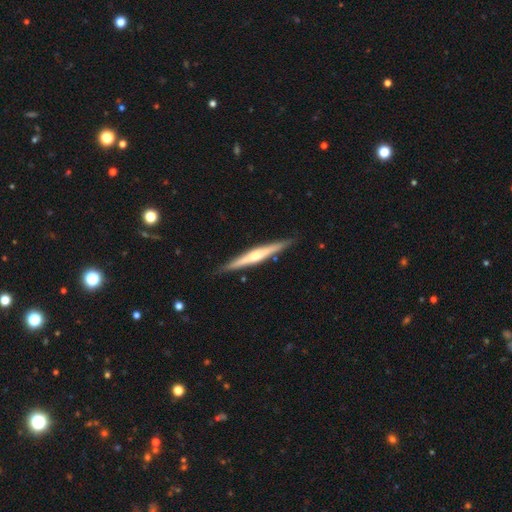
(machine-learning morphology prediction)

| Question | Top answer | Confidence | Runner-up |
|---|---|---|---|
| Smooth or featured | featured or disk | 66% | smooth (29%) |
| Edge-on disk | yes | 98% | no (2%) |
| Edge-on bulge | rounded | 77% | none (14%) |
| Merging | none | 89% | minor disturbance (8%) |